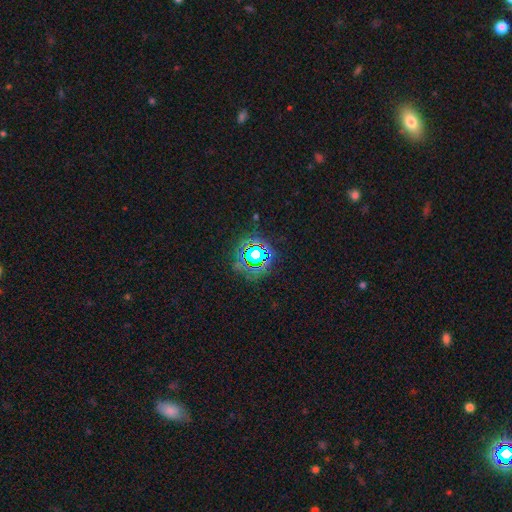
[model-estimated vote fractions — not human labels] Morphology: type=star or artifact (75%).